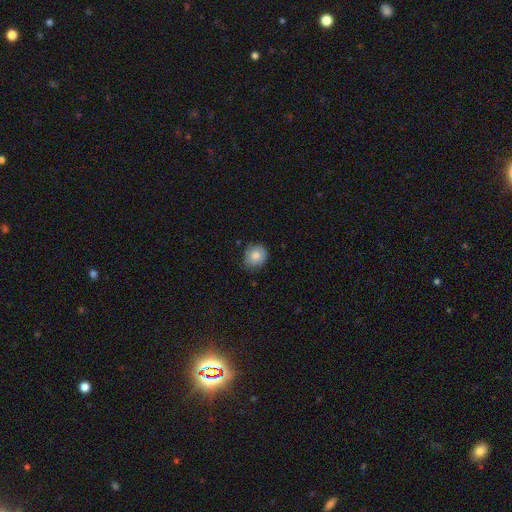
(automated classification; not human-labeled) A smooth galaxy with no disk features (76%) that is round (79%).

Vote fractions:
- Smooth or featured? smooth: 76% / featured or disk: 16% / star or artifact: 8%
- How rounded? round: 79% / in between: 21% / cigar-shaped: 1%
- Merging? none: 76% / minor disturbance: 19% / major disturbance: 3% / merger: 1%